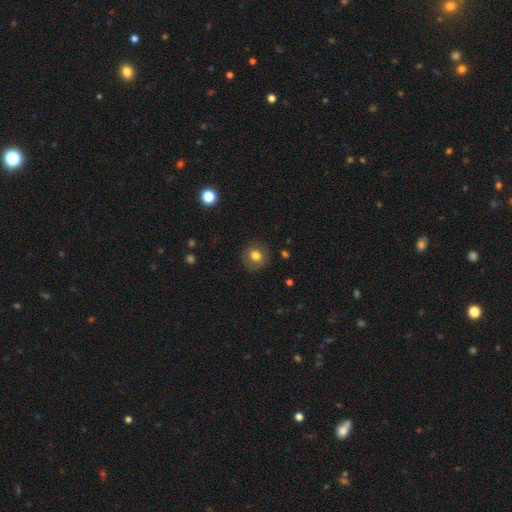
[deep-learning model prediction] A smooth galaxy with no disk features (73%) that is round (84%). Merging: none (83%).